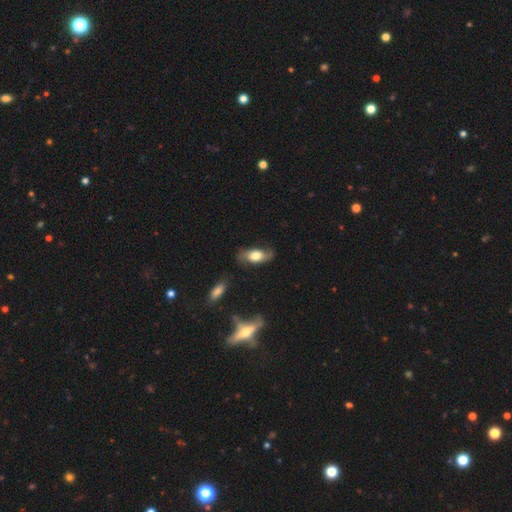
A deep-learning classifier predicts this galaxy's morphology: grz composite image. It shows a smooth galaxy with no disk features (51%) that is in between round and cigar-shaped (86%). Merging: none (67%).